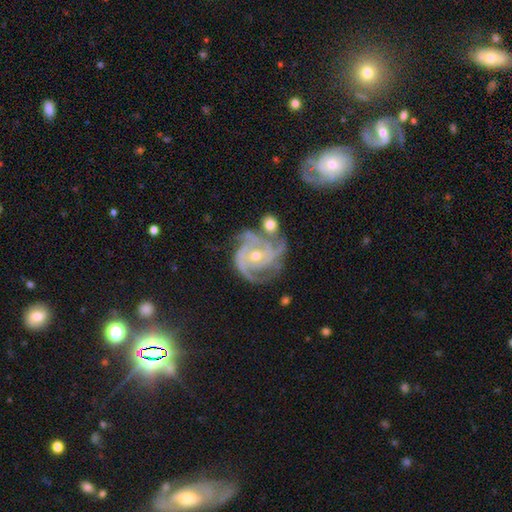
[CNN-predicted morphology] A featured or disk galaxy (90%) with no bar (65%), 3 (53%) tight (59%) spiral arms (98%) and a small central bulge (49%).

Vote fractions:
- Smooth or featured? featured or disk: 90% / star or artifact: 6% / smooth: 4%
- Edge-on disk? no: 98% / yes: 2%
- Bar? no: 65% / weak: 26% / strong: 9%
- Spiral arms? yes: 98% / no: 2%
- Spiral winding? tight: 59% / medium: 35% / loose: 6%
- Spiral arm count? 3: 53% / 2: 14% / 4: 13% / can't tell: 10% / more than 4: 5% / 1: 5%
- Bulge size? small: 49% / moderate: 48% / large: 1% / none: 1% / dominant: 1%
- Merging? none: 57% / minor disturbance: 22% / merger: 11% / major disturbance: 11%